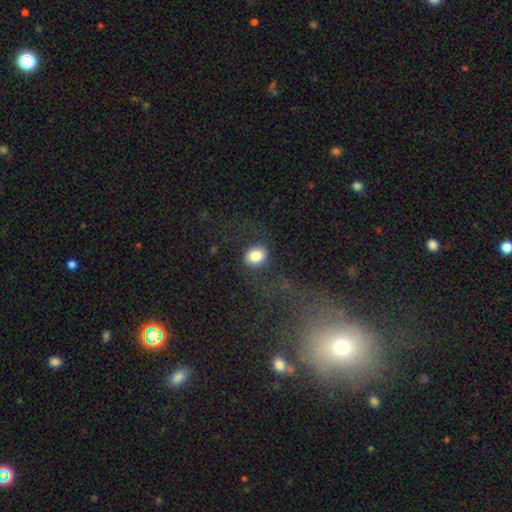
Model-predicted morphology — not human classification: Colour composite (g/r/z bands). It shows a smooth galaxy with no disk features (79%) that is in between round and cigar-shaped (52%). Merging: none (70%).